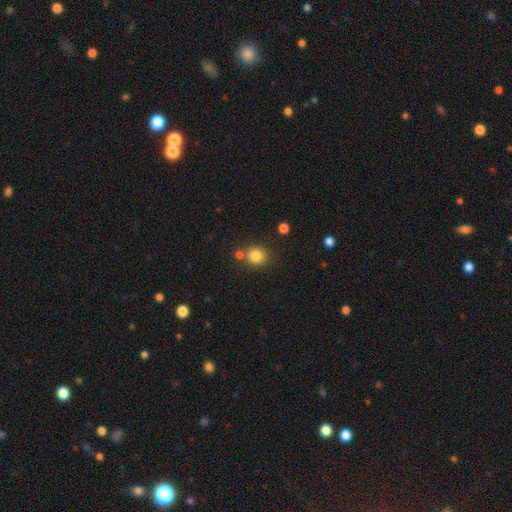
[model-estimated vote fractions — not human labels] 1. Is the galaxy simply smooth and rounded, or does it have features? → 82% smooth, 12% star or artifact, 6% featured or disk.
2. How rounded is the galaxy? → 81% round, 18% in between, 1% cigar-shaped.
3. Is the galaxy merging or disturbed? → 73% none, 14% merger, 10% minor disturbance, 3% major disturbance.